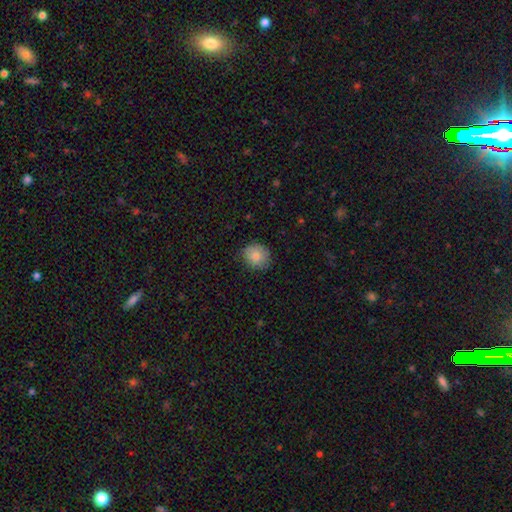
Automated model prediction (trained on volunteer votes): This appears to be a smooth galaxy with no disk features (83%) that is round (82%). Merging: none (81%).